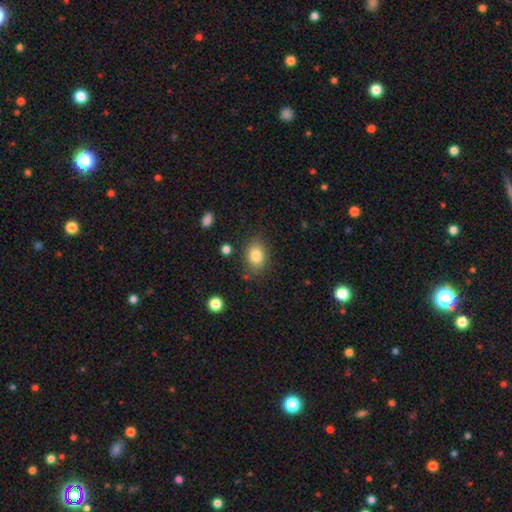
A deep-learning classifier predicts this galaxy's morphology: A smooth galaxy with no disk features (82%) that is in between round and cigar-shaped (73%). Merging: none (80%).